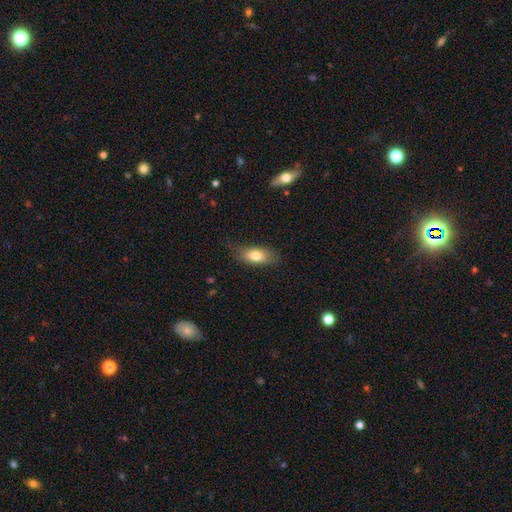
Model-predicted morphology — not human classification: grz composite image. It shows a smooth galaxy with no disk features (77%) that is in between round and cigar-shaped (84%). Merging: none (73%).